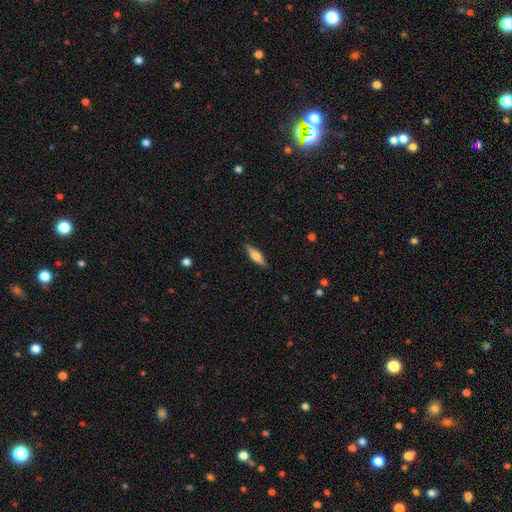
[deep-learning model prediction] The model was most divided on "smooth or featured": featured or disk: 48%, smooth: 46%, star or artifact: 6%. More confident: merging — none (89%).